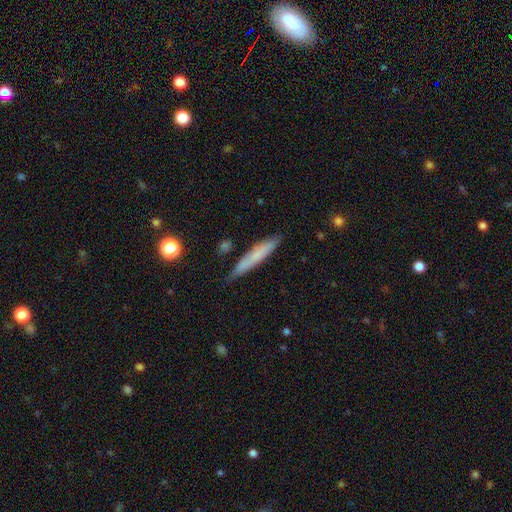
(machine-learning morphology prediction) Q: Smooth or featured?
A: smooth (67%); runner-up: featured or disk (26%)
Q: How rounded?
A: cigar-shaped (93%); runner-up: in between (6%)
Q: Merging?
A: none (82%); runner-up: minor disturbance (14%)